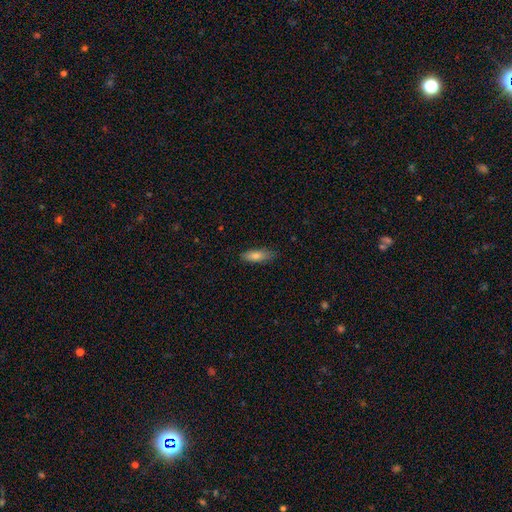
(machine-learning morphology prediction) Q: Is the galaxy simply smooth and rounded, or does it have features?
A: smooth — 76%.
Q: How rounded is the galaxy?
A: in between — 57%.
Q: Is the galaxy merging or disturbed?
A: none — 82%.